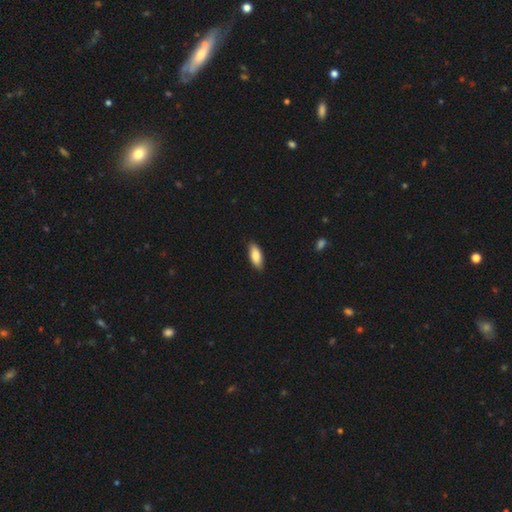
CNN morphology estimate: Smooth or featured? smooth (85%)
How rounded? in between (83%)
Merging? none (86%)